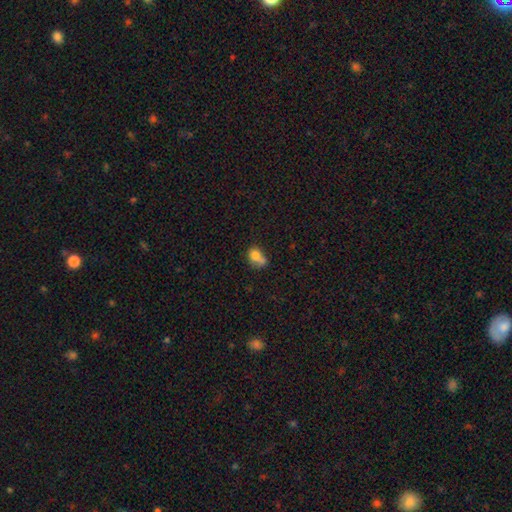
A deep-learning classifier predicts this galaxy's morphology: smooth-or-featured: smooth: 75% | featured or disk: 14% | star or artifact: 11%
  how-rounded: in between: 58% | round: 40% | cigar-shaped: 2%
  merging: merger: 43% | none: 29% | minor disturbance: 18% | major disturbance: 9%